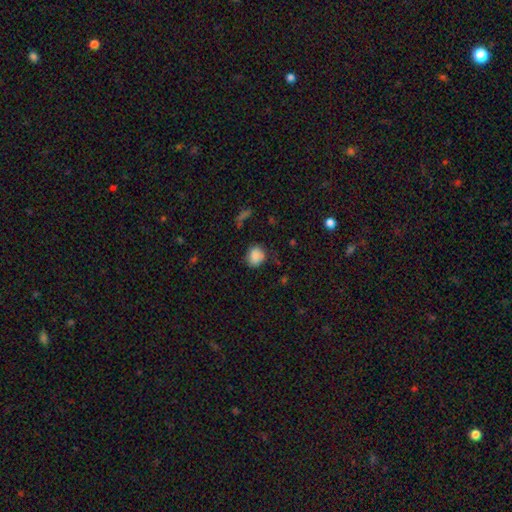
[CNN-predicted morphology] Smooth or featured? Predicted: smooth (p=0.85). How rounded? Predicted: round (p=0.65). Merging? Predicted: none (p=0.69).